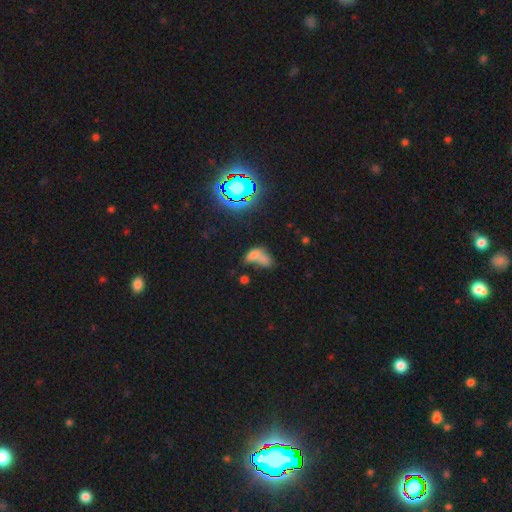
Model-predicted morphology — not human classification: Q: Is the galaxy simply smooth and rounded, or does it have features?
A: smooth — 59%.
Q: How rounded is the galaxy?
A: in between — 82%.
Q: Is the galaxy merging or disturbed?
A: merger — 59%.